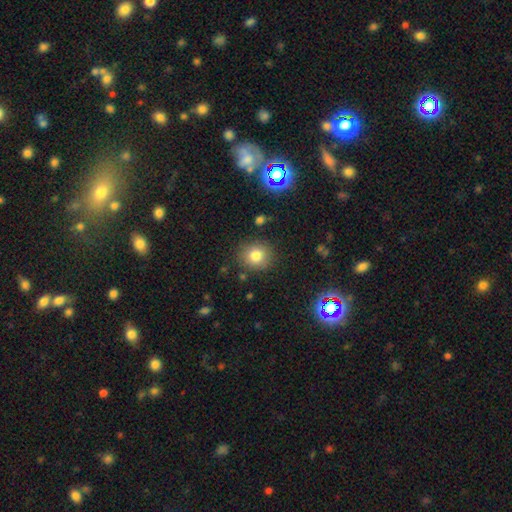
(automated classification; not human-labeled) The model was most divided on "smooth or featured": smooth: 80%, star or artifact: 12%, featured or disk: 8%. More confident: merging — none (85%); how rounded — round (85%).